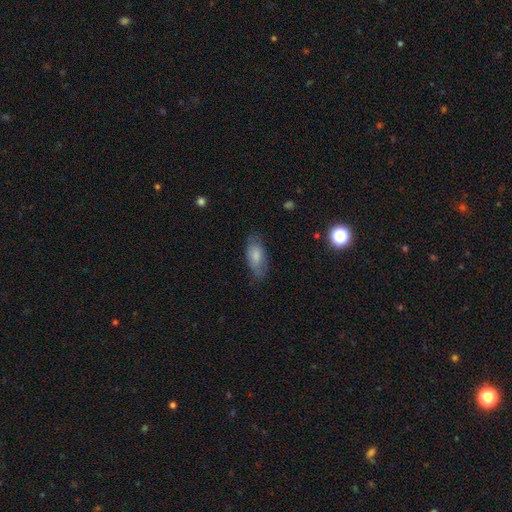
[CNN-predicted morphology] Smooth or featured: smooth — 77% (featured or disk — 16%)
How rounded: in between — 87% (cigar-shaped — 10%)
Merging: none — 68% (minor disturbance — 24%)